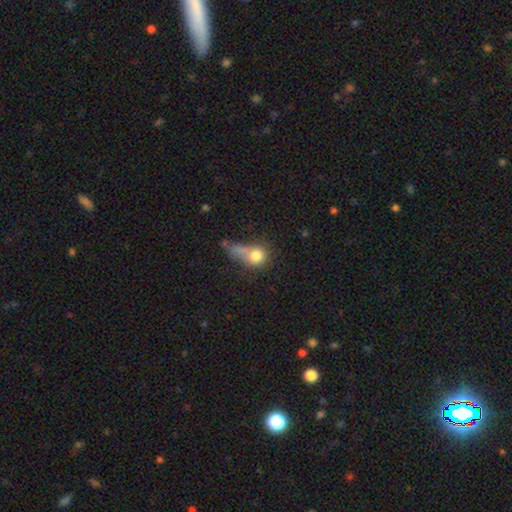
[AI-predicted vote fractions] smooth-or-featured: smooth: 74% | featured or disk: 15% | star or artifact: 11%
  how-rounded: round: 63% | in between: 33% | cigar-shaped: 4%
  merging: major disturbance: 30% | none: 25% | merger: 25% | minor disturbance: 20%